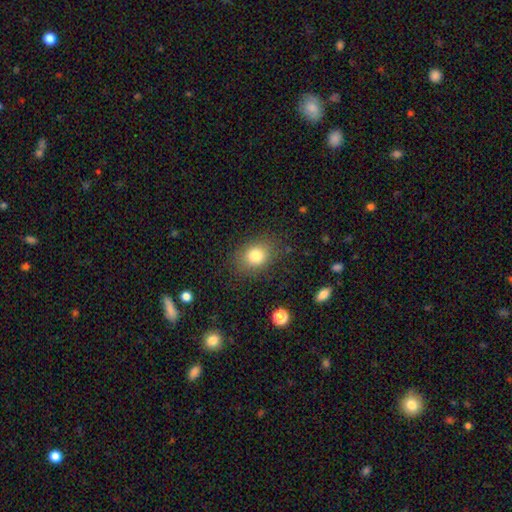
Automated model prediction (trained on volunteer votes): This is clearly a smooth galaxy (81%). How rounded: possibly in between (55%). Merging: clearly none (81%).